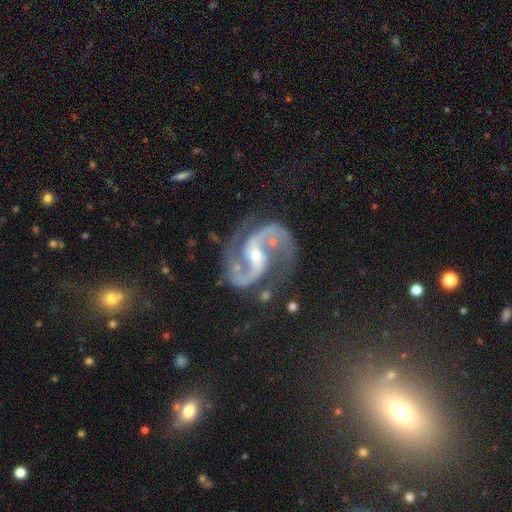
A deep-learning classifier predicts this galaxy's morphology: type=featured or disk (92%); edge-on=no (98%); bar=no (41%); spiral arms=yes (99%); winding=medium (61%); arm count=2 (95%); bulge=small (63%); merging=none (75%).